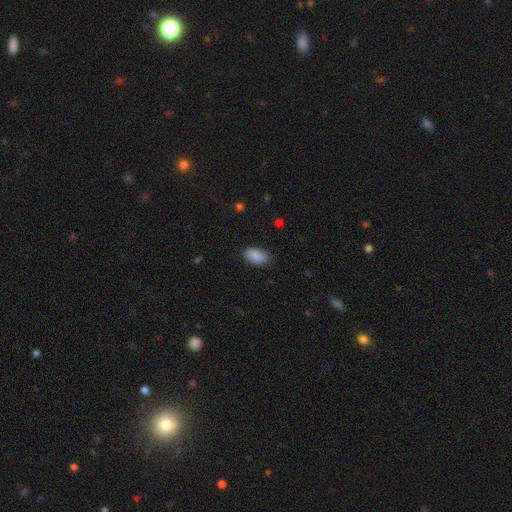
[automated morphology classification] type=smooth (89%); roundness=in between (93%); merging=none (82%).